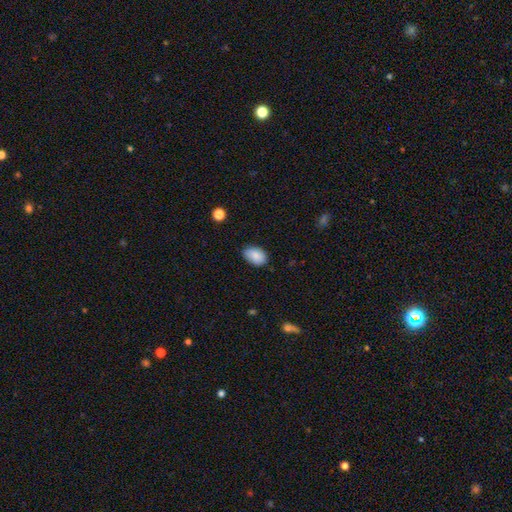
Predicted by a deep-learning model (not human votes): Smooth or featured? Predicted: smooth (p=0.86). How rounded? Predicted: in between (p=0.85). Merging? Predicted: none (p=0.77).